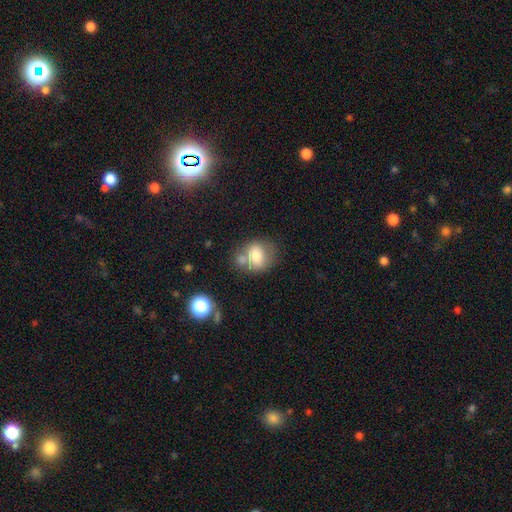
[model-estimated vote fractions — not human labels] smooth_or_featured: smooth (p=0.72) [alt: featured or disk p=0.18]
how_rounded: round (p=0.65) [alt: in between p=0.34]
merging: none (p=0.43) [alt: merger p=0.32]